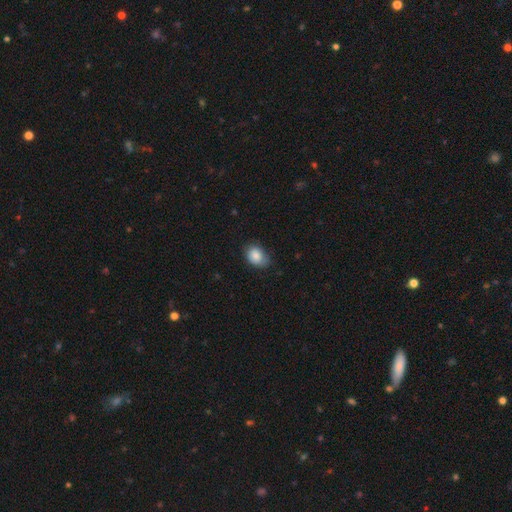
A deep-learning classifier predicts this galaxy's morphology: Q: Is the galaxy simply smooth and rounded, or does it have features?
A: smooth — 85%.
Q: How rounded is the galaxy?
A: in between — 67%.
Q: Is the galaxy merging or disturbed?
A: none — 66%.